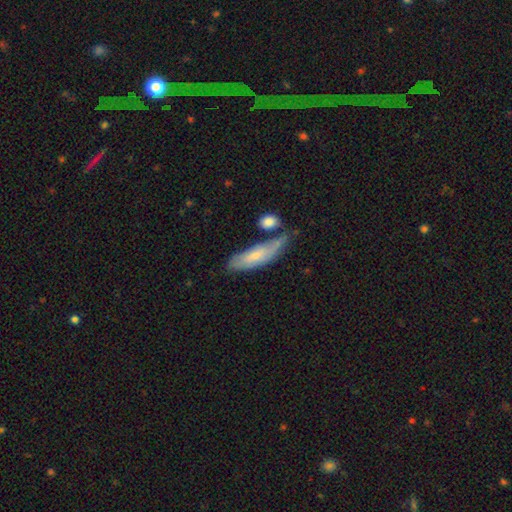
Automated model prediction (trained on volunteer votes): smooth-or-featured: smooth: 62% | featured or disk: 33% | star or artifact: 6%
  how-rounded: in between: 51% | cigar-shaped: 44% | round: 4%
  merging: none: 51% | minor disturbance: 24% | merger: 16% | major disturbance: 8%